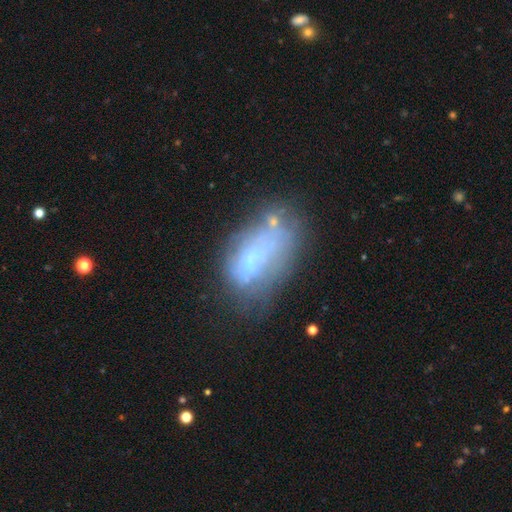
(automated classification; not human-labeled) smooth-or-featured: featured or disk: 46% | smooth: 42% | star or artifact: 13%
  merging: none: 32% | major disturbance: 26% | minor disturbance: 24% | merger: 18%